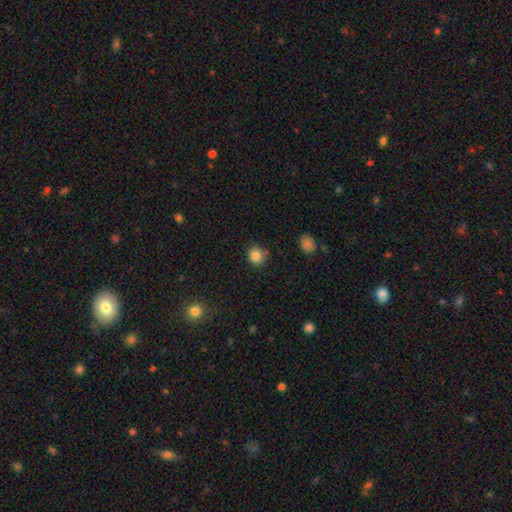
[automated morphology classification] Overall: smooth (83%). How rounded: round (87%). Merging: none (79%).